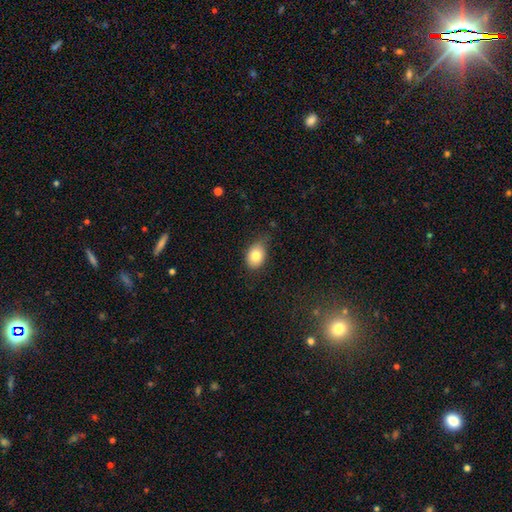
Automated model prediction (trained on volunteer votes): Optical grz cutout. It shows a smooth galaxy with no disk features (81%) that is in between round and cigar-shaped (70%). Merging: none (61%).